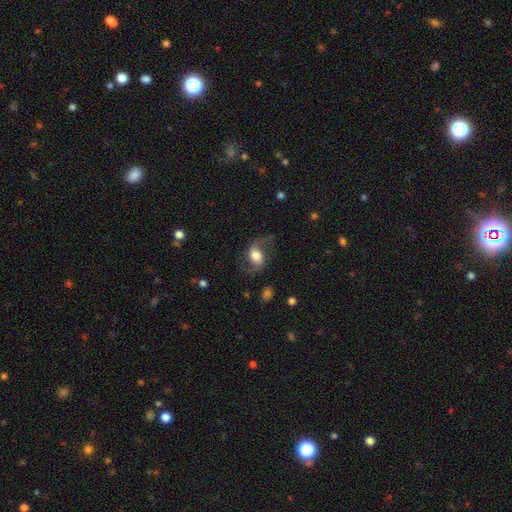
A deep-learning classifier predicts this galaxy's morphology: This appears to be a featured or disk galaxy (74%) with no bar (44%), 2 (93%) loose (68%) spiral arms (94%) and a moderate central bulge (46%). Merging: none (71%).